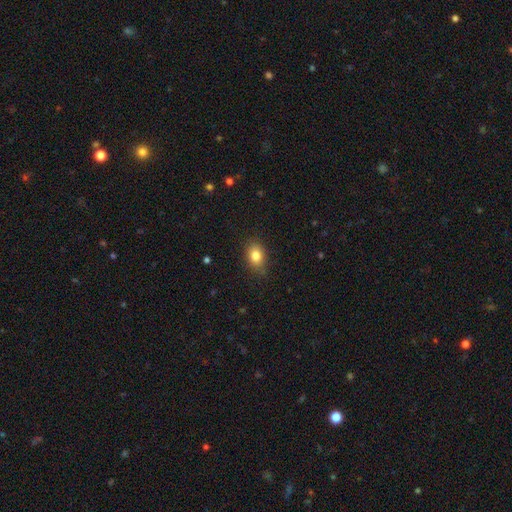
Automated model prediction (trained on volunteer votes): A smooth galaxy with no disk features (83%) that is in between round and cigar-shaped (74%).

Vote fractions:
- Smooth or featured? smooth: 83% / star or artifact: 10% / featured or disk: 8%
- How rounded? in between: 74% / round: 25% / cigar-shaped: 1%
- Merging? none: 83% / minor disturbance: 13% / major disturbance: 3% / merger: 1%